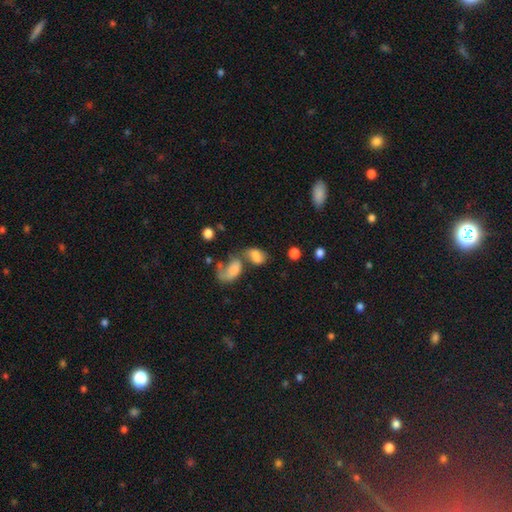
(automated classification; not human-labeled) smooth 68%, featured or disk 20%, star or artifact 12%. Down the decision tree: how rounded — in between (84%); merging — merger (60%).